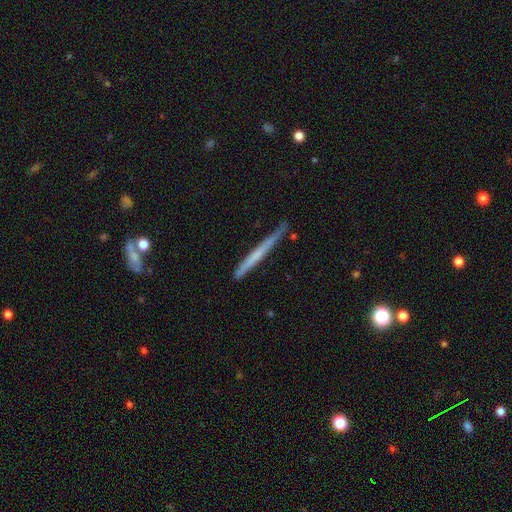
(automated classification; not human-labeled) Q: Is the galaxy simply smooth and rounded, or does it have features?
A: smooth — 47%, tied with featured or disk.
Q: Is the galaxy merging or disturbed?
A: none — 78%.